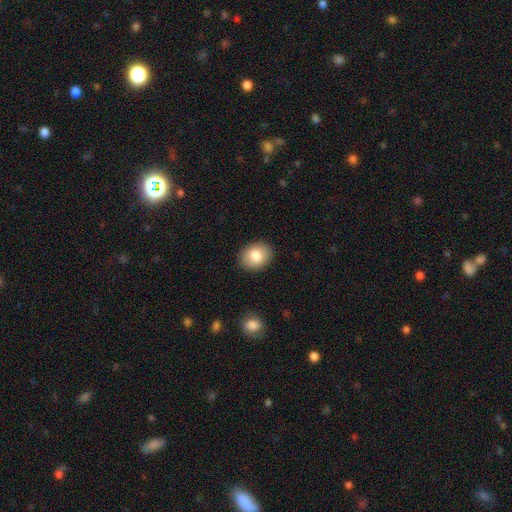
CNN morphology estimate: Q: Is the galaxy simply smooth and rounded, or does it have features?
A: smooth — 82%.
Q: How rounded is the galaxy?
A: in between — 55%.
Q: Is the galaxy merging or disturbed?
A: none — 89%.